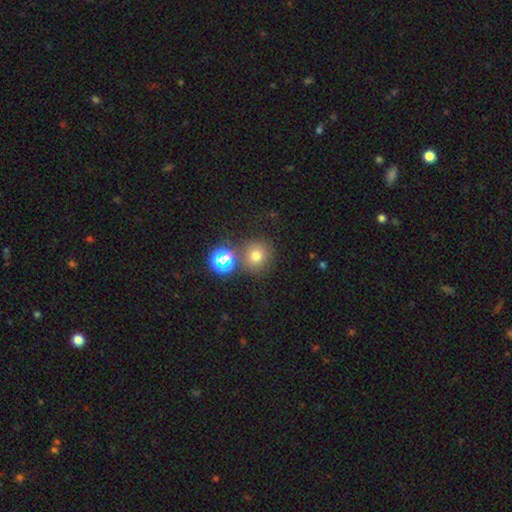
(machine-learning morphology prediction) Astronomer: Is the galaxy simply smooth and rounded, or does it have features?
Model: smooth — 69%.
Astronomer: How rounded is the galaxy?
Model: round — 90%.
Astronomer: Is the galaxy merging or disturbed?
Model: none — 71%.